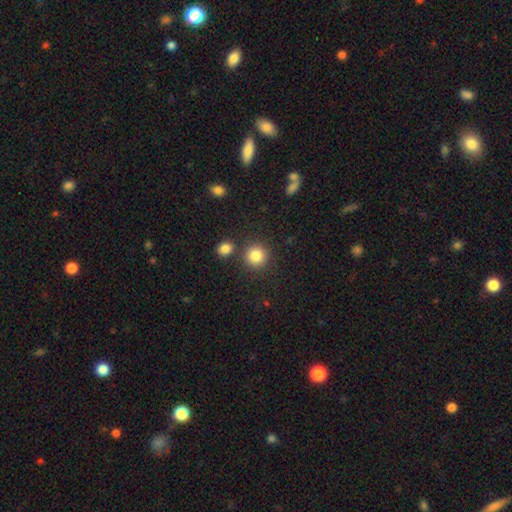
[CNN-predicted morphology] Smooth or featured: smooth — 84% (star or artifact — 10%)
How rounded: round — 92% (in between — 7%)
Merging: none — 82% (merger — 8%)